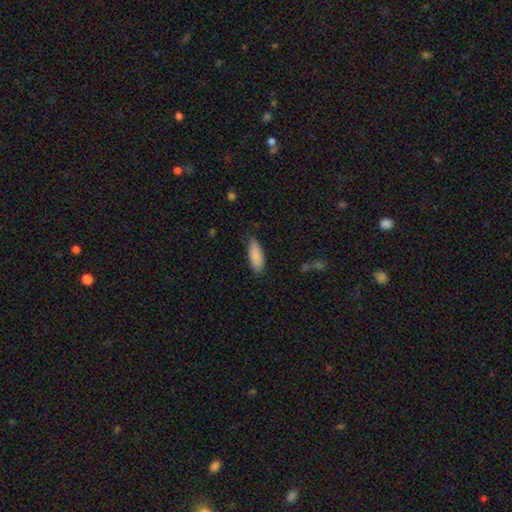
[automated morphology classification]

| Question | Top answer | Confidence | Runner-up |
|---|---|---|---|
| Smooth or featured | smooth | 88% | featured or disk (6%) |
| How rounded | in between | 75% | cigar-shaped (23%) |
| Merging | none | 78% | minor disturbance (18%) |